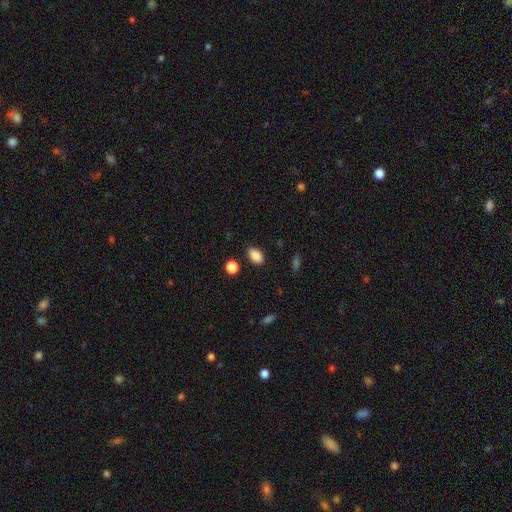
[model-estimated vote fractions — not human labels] smooth 88%, star or artifact 9%, featured or disk 4%. Down the decision tree: how rounded — in between (88%); merging — none (85%).